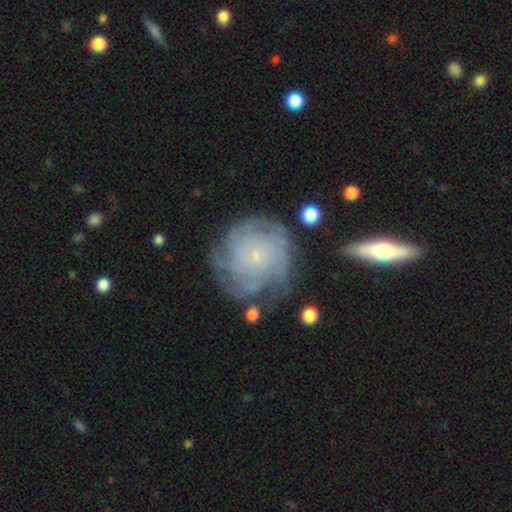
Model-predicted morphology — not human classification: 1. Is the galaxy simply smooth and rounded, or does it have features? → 72% featured or disk, 21% smooth, 8% star or artifact.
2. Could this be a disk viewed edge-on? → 97% no, 3% yes.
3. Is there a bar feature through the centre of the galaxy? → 84% no, 13% weak, 2% strong.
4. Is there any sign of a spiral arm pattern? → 87% yes, 13% no.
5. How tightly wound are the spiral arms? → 70% tight, 22% medium, 8% loose.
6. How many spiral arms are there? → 42% can't tell, 21% 4, 12% 3, 12% more than 4, 8% 2, 5% 1.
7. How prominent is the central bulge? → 86% small, 7% moderate, 4% none, 1% large, 1% dominant.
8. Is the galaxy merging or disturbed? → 66% none, 19% minor disturbance, 11% major disturbance, 4% merger.